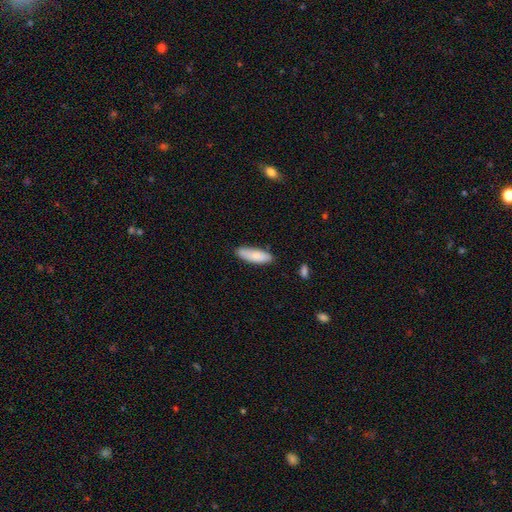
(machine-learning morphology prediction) type=smooth (82%); roundness=in between (57%); merging=none (77%).